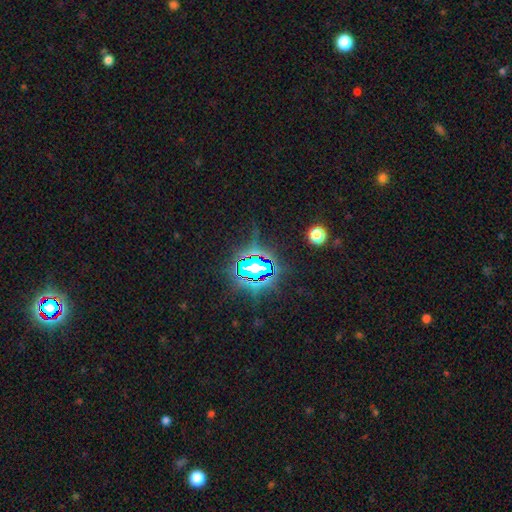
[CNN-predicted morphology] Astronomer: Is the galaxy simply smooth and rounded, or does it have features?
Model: star or artifact — 81%.